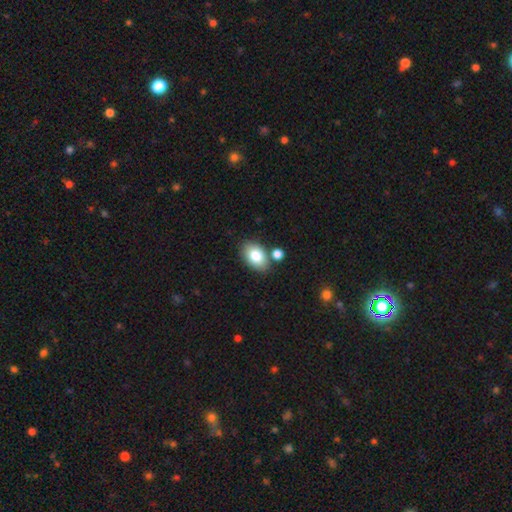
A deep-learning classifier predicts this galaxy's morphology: The model was most divided on "merging": none: 73%, merger: 13%, minor disturbance: 11%, major disturbance: 3%. More confident: how rounded — in between (86%); smooth or featured — smooth (82%).